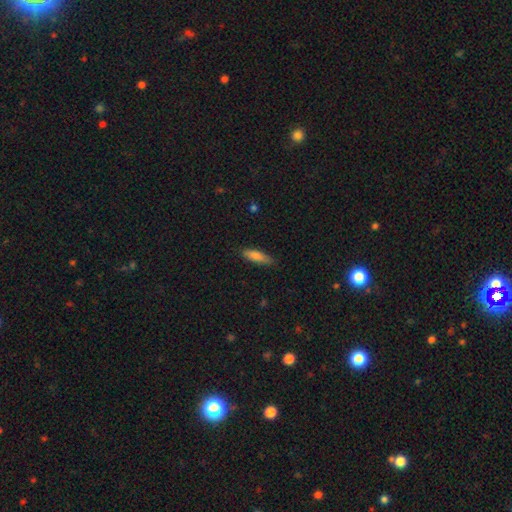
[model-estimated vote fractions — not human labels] Smooth or featured? smooth (77%)
How rounded? cigar-shaped (64%)
Merging? none (82%)